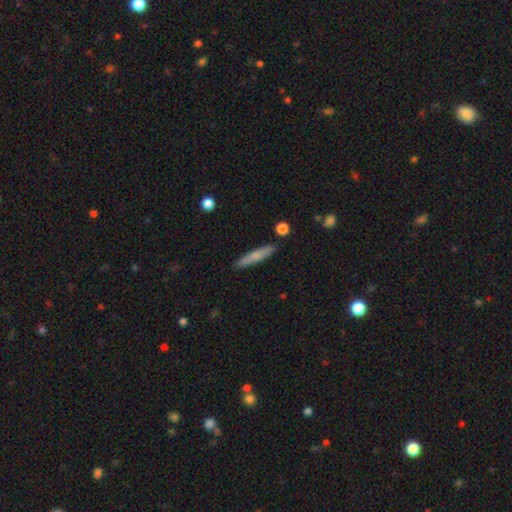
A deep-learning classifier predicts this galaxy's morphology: Q: Smooth or featured?
A: smooth (72%); runner-up: featured or disk (22%)
Q: How rounded?
A: cigar-shaped (91%); runner-up: in between (8%)
Q: Merging?
A: none (89%); runner-up: minor disturbance (8%)